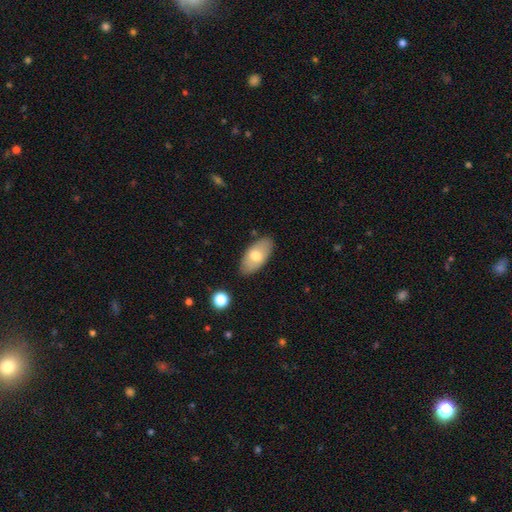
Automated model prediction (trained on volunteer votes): Smooth or featured?
  - smooth: 69% *
  - featured or disk: 25%
  - star or artifact: 6%
How rounded?
  - in between: 93% *
  - cigar-shaped: 4%
  - round: 3%
Merging?
  - none: 84% *
  - minor disturbance: 12%
  - major disturbance: 3%
  - merger: 2%